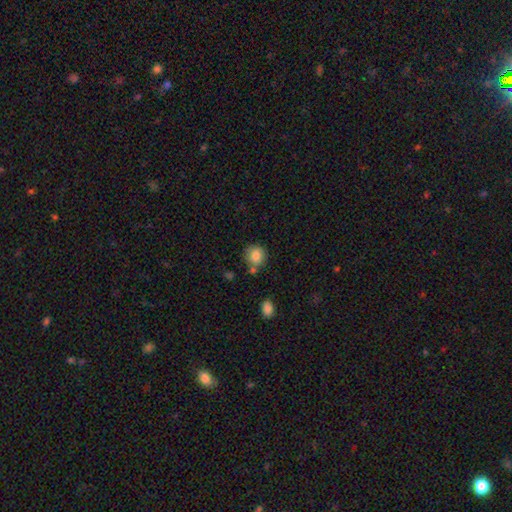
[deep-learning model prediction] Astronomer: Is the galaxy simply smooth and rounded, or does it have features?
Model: smooth — 85%.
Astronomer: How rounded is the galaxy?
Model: round — 87%.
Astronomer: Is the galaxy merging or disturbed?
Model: none — 75%.